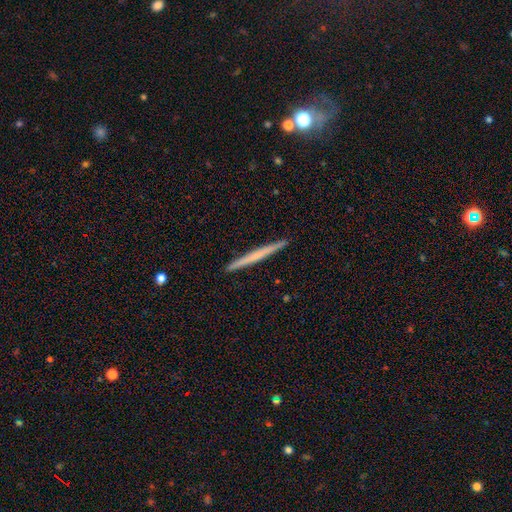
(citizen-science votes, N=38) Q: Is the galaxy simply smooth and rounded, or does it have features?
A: featured or disk — 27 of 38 (71%).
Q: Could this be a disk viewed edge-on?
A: yes — 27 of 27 (100%).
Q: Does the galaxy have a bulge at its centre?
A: none — 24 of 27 (89%).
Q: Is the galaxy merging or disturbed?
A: none — 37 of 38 (97%).